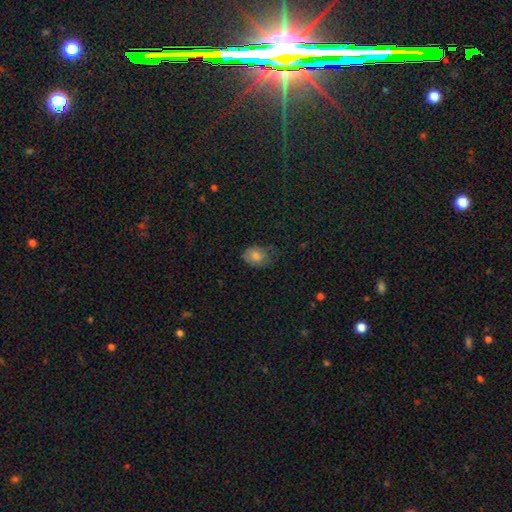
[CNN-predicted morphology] This is likely a smooth galaxy (71%). How rounded: likely in between (68%). Merging: possibly none (58%).